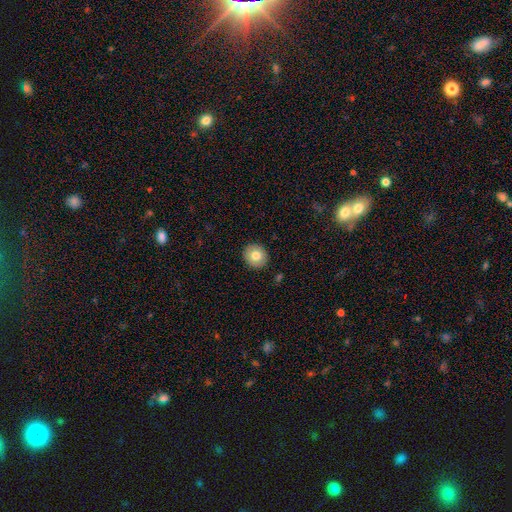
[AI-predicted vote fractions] Overall: smooth (77%). How rounded: round (84%). Merging: none (91%).